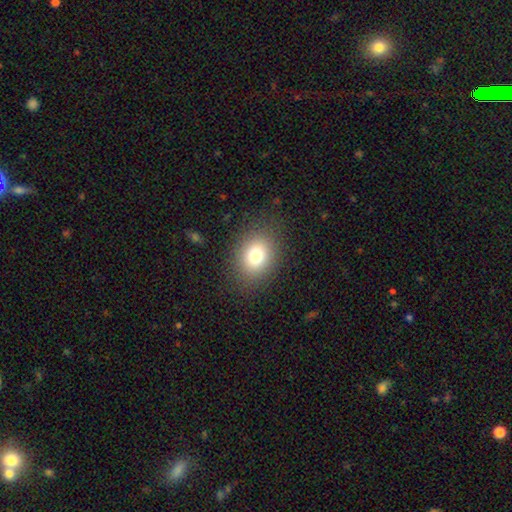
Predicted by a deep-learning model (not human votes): Overall: smooth (78%). How rounded: round (50%; in between 49%). Merging: none (86%).